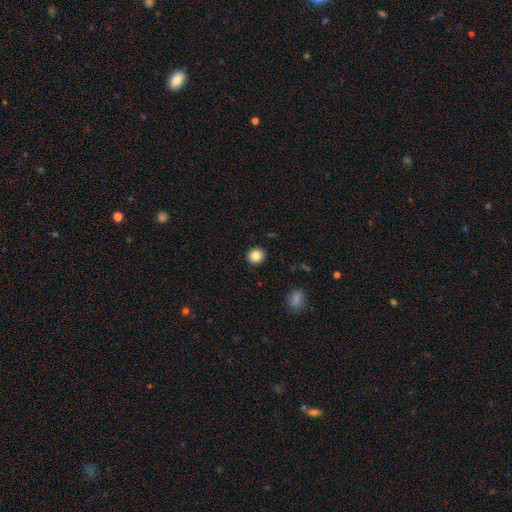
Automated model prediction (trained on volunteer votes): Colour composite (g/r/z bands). It shows a smooth galaxy with no disk features (84%) that is round (91%). Merging: none (92%).